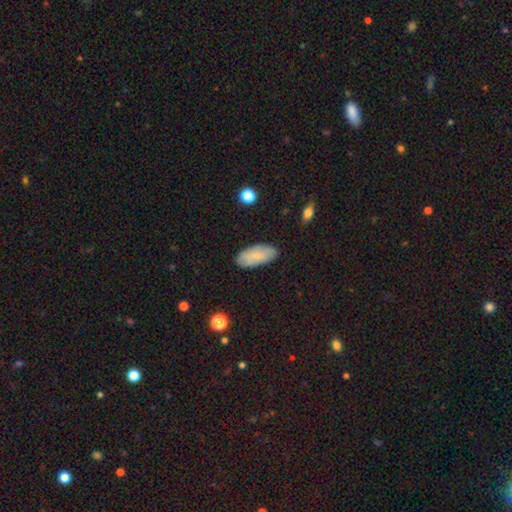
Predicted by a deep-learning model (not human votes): Morphology: type=smooth (74%); roundness=in between (88%); merging=none (85%).